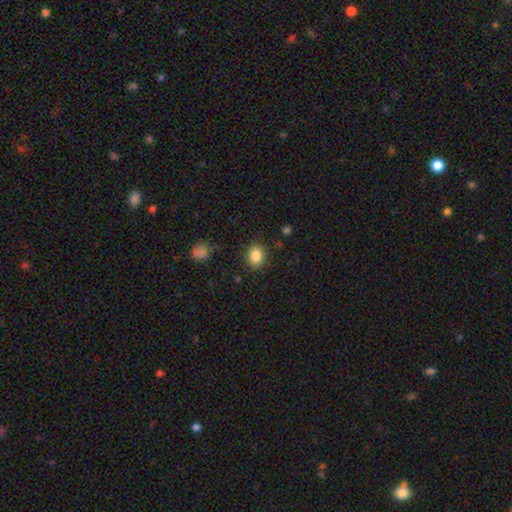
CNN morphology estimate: Q: Smooth or featured?
A: smooth (85%); runner-up: star or artifact (9%)
Q: How rounded?
A: round (51%); runner-up: in between (48%)
Q: Merging?
A: none (85%); runner-up: minor disturbance (11%)